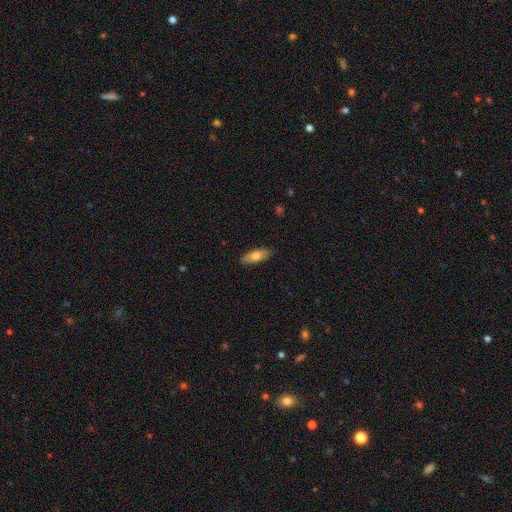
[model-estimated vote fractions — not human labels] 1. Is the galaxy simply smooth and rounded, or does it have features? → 75% smooth, 19% featured or disk, 6% star or artifact.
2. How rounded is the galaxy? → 69% in between, 29% cigar-shaped, 2% round.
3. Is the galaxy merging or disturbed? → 88% none, 9% minor disturbance, 2% major disturbance, 1% merger.